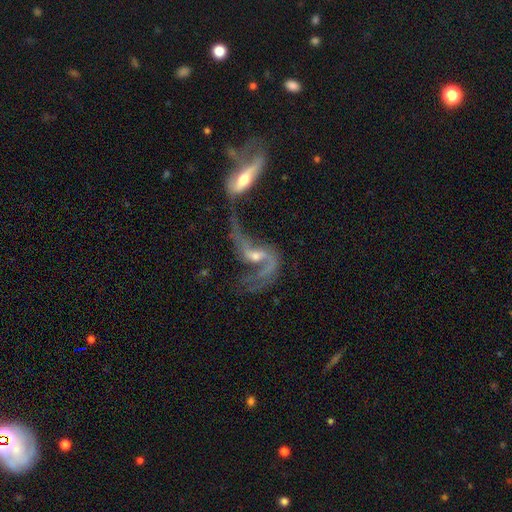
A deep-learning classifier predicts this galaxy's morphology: This is clearly a featured or disk galaxy (85%). It is clearly not viewed edge-on (93%). Bar: marginally weak (41%). Spiral arm pattern: clearly yes (88%). Spiral arm count: likely 2 (80%). Spiral winding: likely loose (80%). Central bulge: possibly small (48%). Merging: possibly merger (51%).